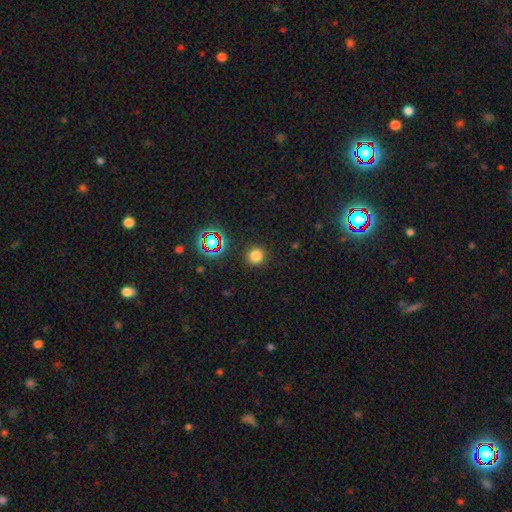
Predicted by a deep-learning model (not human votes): This appears to be a smooth galaxy with no disk features (76%) that is round (94%). Merging: none (90%).